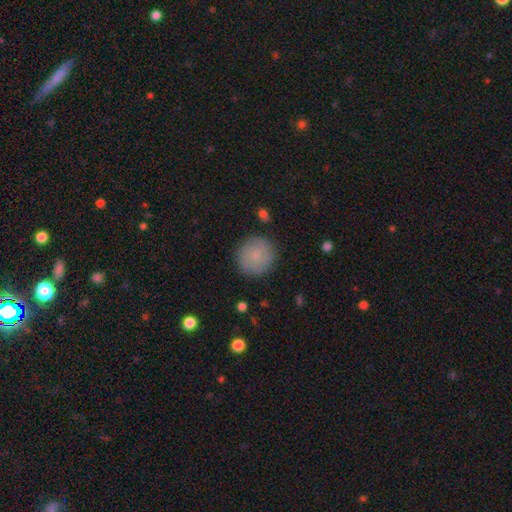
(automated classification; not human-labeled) Smooth or featured?
  - smooth: 79% *
  - featured or disk: 14%
  - star or artifact: 7%
How rounded?
  - round: 94% *
  - in between: 5%
  - cigar-shaped: 1%
Merging?
  - none: 86% *
  - minor disturbance: 10%
  - major disturbance: 3%
  - merger: 1%